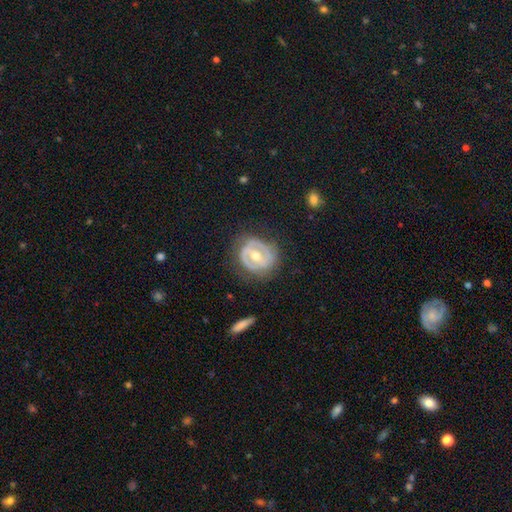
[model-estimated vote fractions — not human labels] Smooth or featured? featured or disk (70%)
Edge-on disk? no (96%)
Bar? weak (37%)
Spiral arms? no (59%)
Bulge size? moderate (75%)
Merging? none (72%)